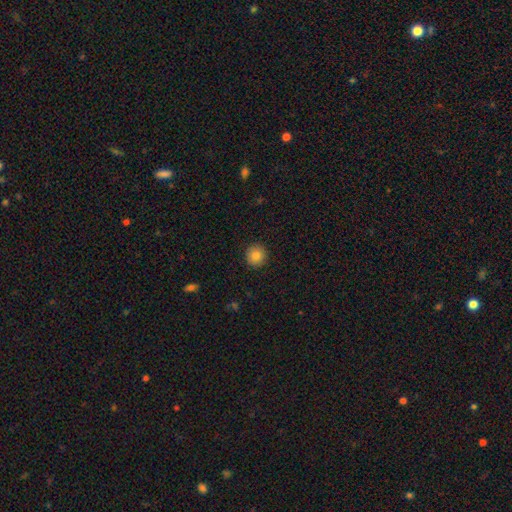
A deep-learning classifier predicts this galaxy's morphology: The model was most divided on "smooth or featured": smooth: 85%, star or artifact: 10%, featured or disk: 6%. More confident: how rounded — round (92%); merging — none (92%).